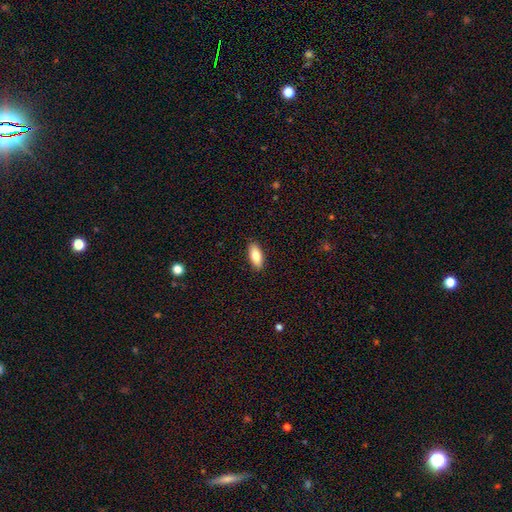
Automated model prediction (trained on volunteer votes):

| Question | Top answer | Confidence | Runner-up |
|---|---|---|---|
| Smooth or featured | smooth | 82% | featured or disk (12%) |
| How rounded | in between | 82% | cigar-shaped (16%) |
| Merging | none | 90% | minor disturbance (8%) |